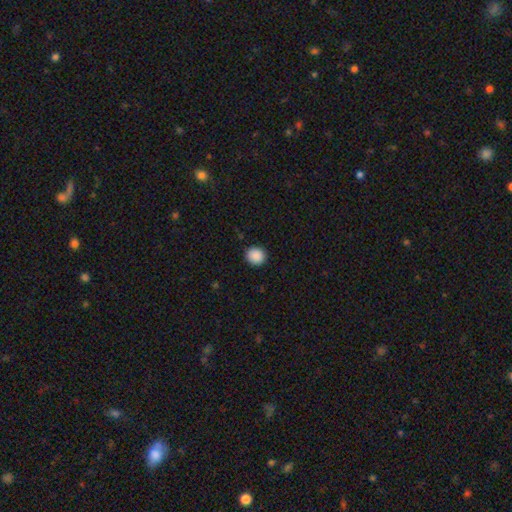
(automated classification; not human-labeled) This is clearly a smooth galaxy (90%). How rounded: clearly round (86%). Merging: clearly none (91%).